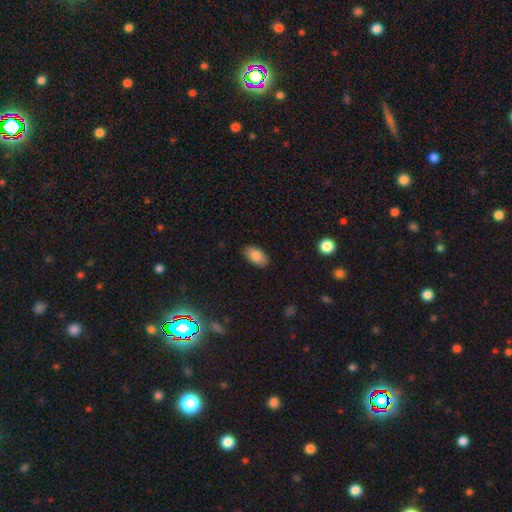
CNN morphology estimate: The model was most divided on "merging": none: 86%, minor disturbance: 11%, major disturbance: 2%, merger: 1%. More confident: how rounded — in between (93%); smooth or featured — smooth (85%).